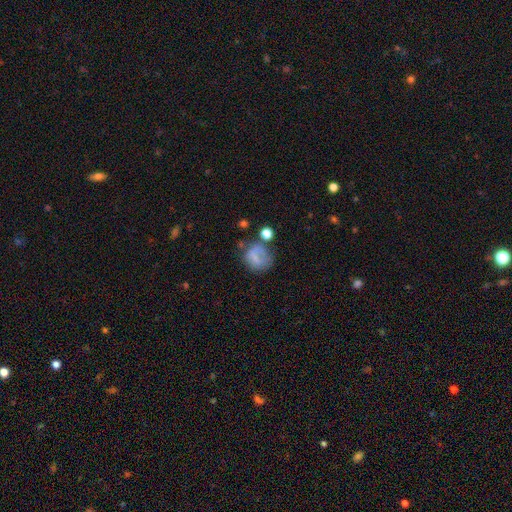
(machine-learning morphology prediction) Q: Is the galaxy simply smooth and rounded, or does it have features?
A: smooth — 61%.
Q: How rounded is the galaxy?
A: round — 74%.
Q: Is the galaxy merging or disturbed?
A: none — 44%.